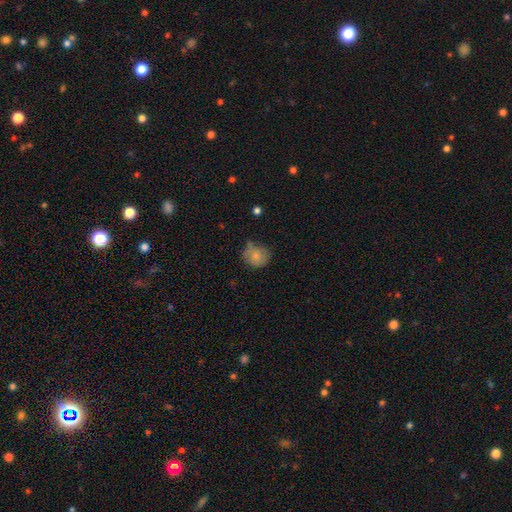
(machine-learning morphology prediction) A smooth galaxy with no disk features (75%) that is round (80%). Merging: none (58%).